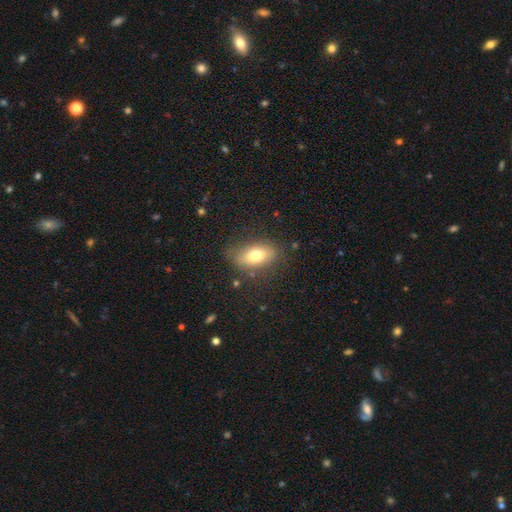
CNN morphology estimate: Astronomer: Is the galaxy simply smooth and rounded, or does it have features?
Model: smooth — 72%.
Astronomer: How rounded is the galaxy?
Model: in between — 85%.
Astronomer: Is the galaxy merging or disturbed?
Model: none — 77%.